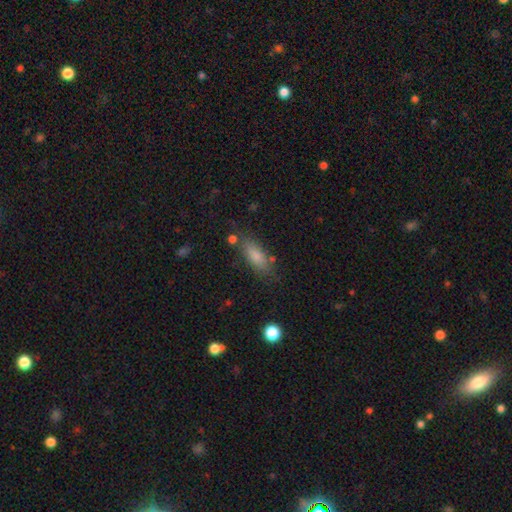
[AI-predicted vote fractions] The model was most divided on "how rounded": in between: 72%, cigar-shaped: 25%, round: 3%. More confident: smooth or featured — smooth (80%); merging — none (70%).